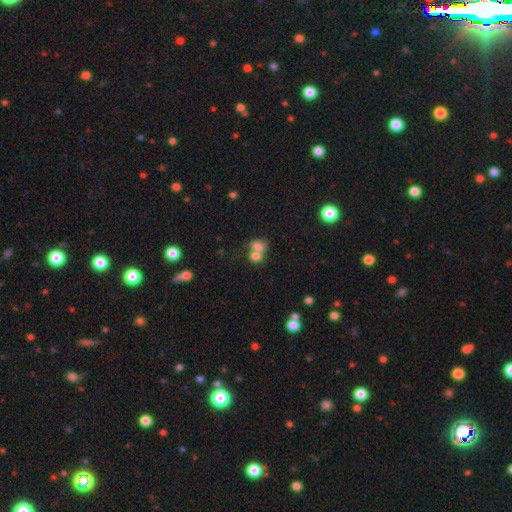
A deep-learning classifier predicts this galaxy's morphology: The model was most divided on "how rounded": in between: 62%, round: 37%, cigar-shaped: 2%. More confident: smooth or featured — smooth (74%); merging — merger (63%).